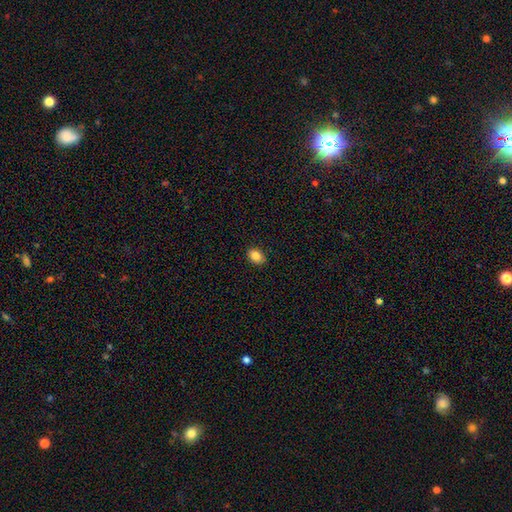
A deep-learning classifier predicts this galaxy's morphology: smooth-or-featured: smooth: 85% | star or artifact: 9% | featured or disk: 6%
  how-rounded: in between: 73% | round: 26% | cigar-shaped: 1%
  merging: none: 88% | minor disturbance: 9% | major disturbance: 2% | merger: 1%